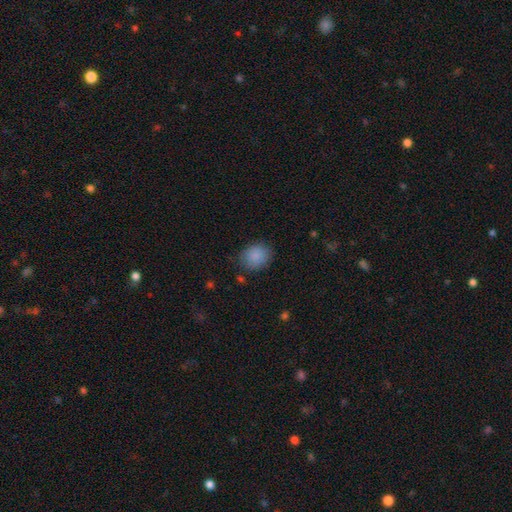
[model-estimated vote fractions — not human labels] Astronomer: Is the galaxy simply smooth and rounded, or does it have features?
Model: smooth — 87%.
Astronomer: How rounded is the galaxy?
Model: round — 63%.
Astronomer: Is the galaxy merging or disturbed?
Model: none — 81%.